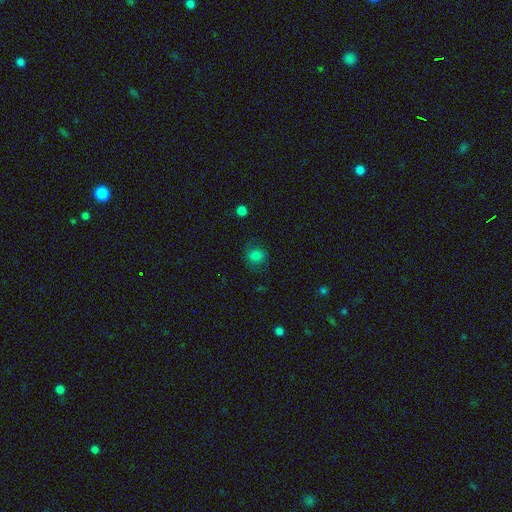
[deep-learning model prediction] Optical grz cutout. It shows a smooth galaxy with no disk features (80%) that is round (78%). Merging: none (77%).